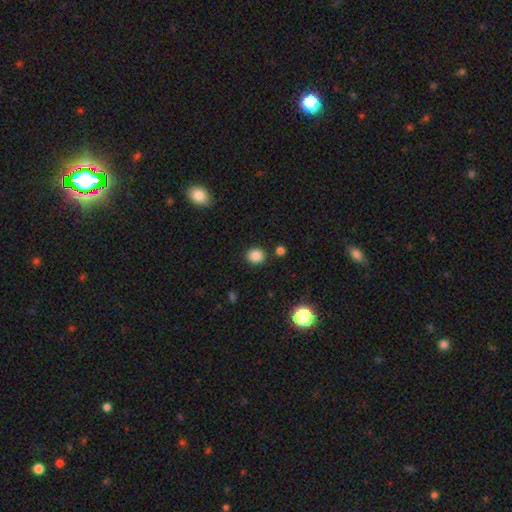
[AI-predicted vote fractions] Overall: smooth (85%). How rounded: round (81%). Merging: none (86%).